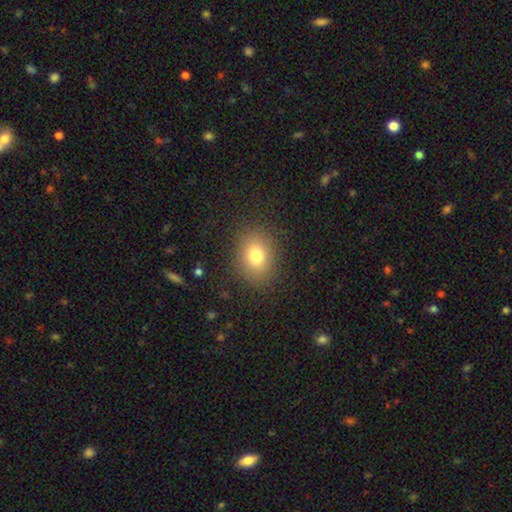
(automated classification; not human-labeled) Smooth or featured? Predicted: smooth (p=0.77). How rounded? Predicted: round (p=0.50). Merging? Predicted: none (p=0.85).